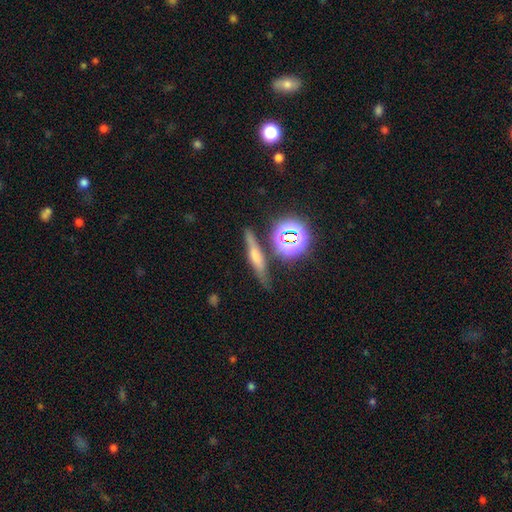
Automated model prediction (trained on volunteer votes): smooth_or_featured: featured or disk (p=0.40) [alt: smooth p=0.36]
merging: none (p=0.79) [alt: minor disturbance p=0.12]